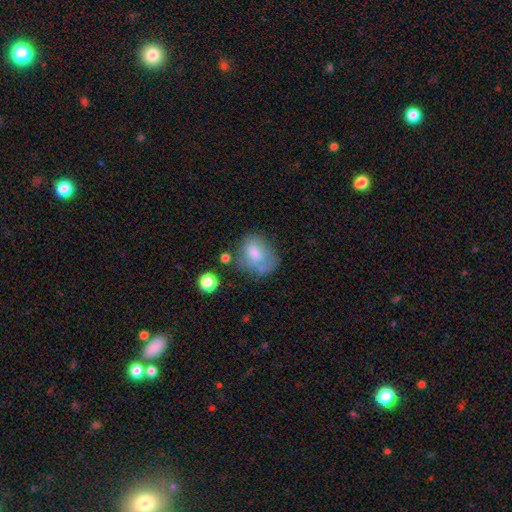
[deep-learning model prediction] smooth 69%, featured or disk 22%, star or artifact 9%. Down the decision tree: how rounded — in between (53%); merging — none (48%).